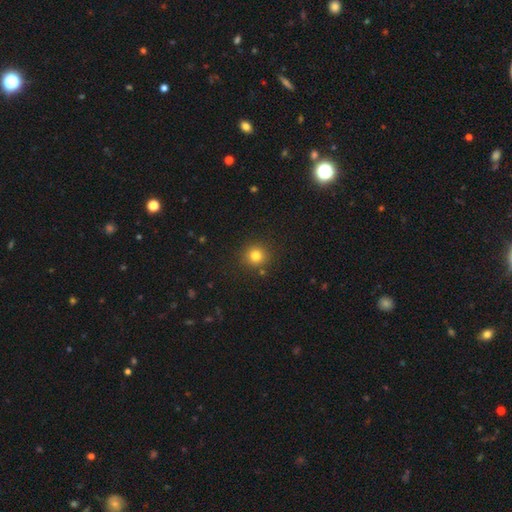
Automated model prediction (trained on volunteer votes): Smooth or featured?
  - smooth: 80% *
  - star or artifact: 13%
  - featured or disk: 6%
How rounded?
  - round: 92% *
  - in between: 7%
  - cigar-shaped: 1%
Merging?
  - none: 88% *
  - minor disturbance: 7%
  - merger: 3%
  - major disturbance: 2%